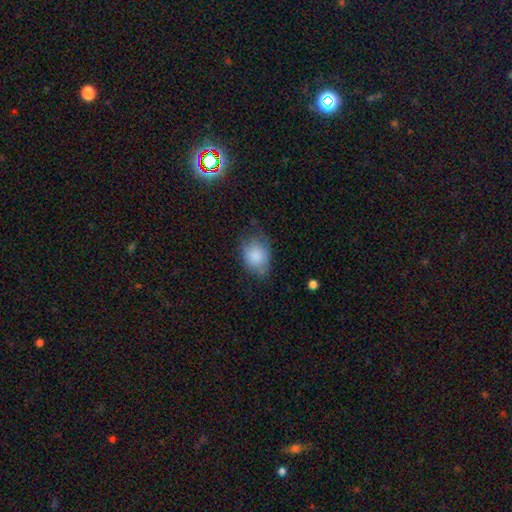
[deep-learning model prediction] Morphology: type=smooth (83%); roundness=in between (67%); merging=none (55%).